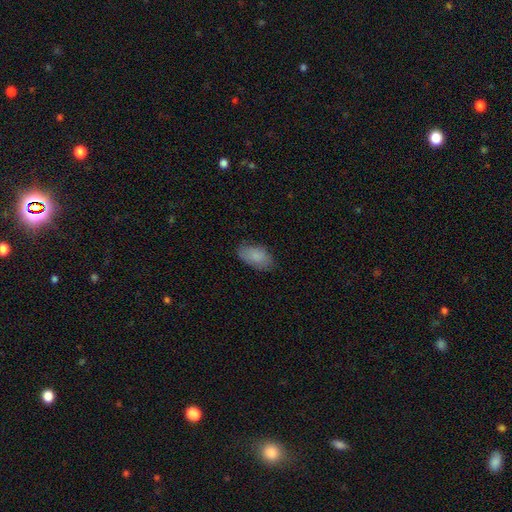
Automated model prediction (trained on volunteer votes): A smooth galaxy with no disk features (84%) that is in between round and cigar-shaped (94%).

Vote fractions:
- Smooth or featured? smooth: 84% / featured or disk: 10% / star or artifact: 7%
- How rounded? in between: 94% / round: 3% / cigar-shaped: 3%
- Merging? none: 77% / minor disturbance: 18% / major disturbance: 4% / merger: 1%